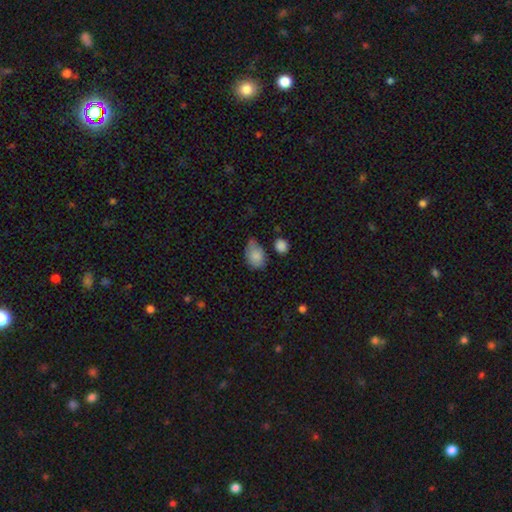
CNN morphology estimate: type=smooth (84%); roundness=in between (81%); merging=minor disturbance (42%).